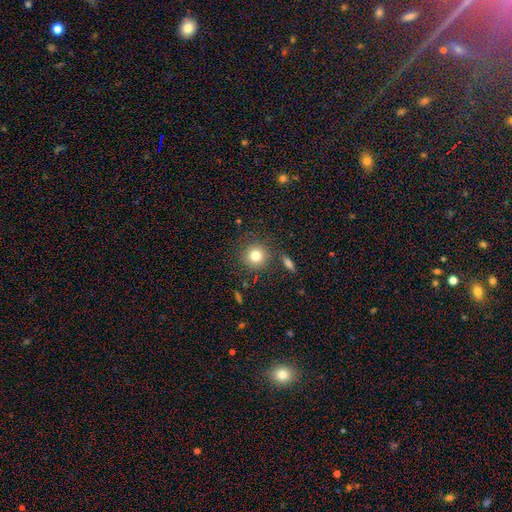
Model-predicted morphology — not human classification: smooth 81%, star or artifact 11%, featured or disk 9%. Down the decision tree: how rounded — round (92%); merging — none (84%).